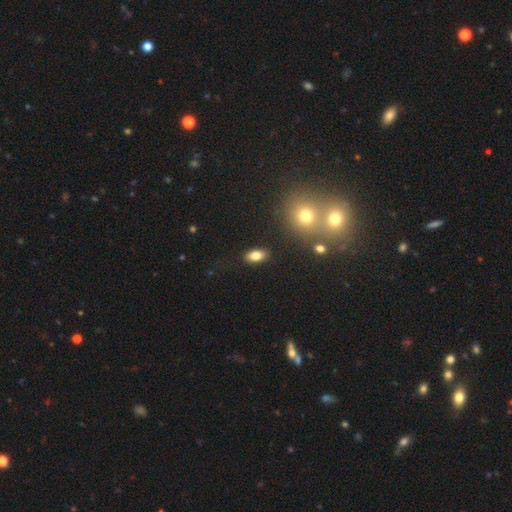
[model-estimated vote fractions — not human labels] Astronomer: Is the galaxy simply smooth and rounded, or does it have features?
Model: smooth — 82%.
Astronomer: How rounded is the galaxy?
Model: in between — 90%.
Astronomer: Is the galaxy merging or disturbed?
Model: none — 87%.